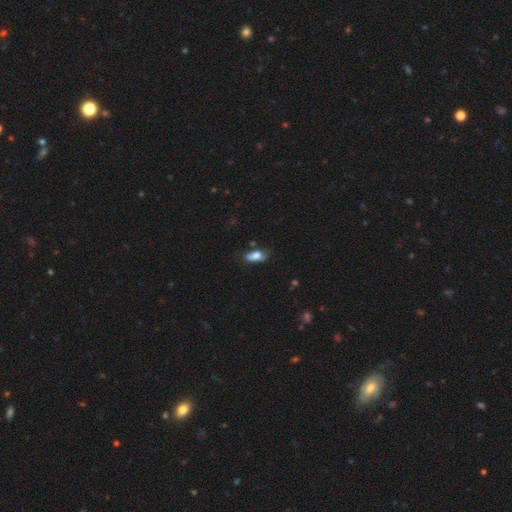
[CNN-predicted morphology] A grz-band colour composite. It shows a smooth galaxy with no disk features (73%) that is in between round and cigar-shaped (86%). Merging: none (40%).